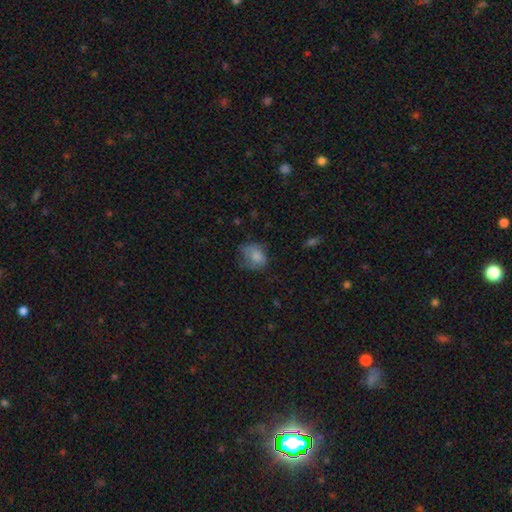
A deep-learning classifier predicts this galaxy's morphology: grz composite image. It shows a smooth galaxy with no disk features (74%) that is in between round and cigar-shaped (53%). Merging: none (46%).